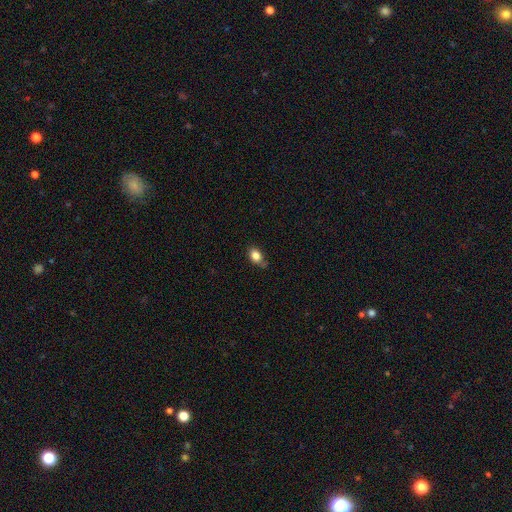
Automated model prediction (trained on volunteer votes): A smooth galaxy with no disk features (83%) that is in between round and cigar-shaped (77%).

Vote fractions:
- Smooth or featured? smooth: 83% / star or artifact: 9% / featured or disk: 8%
- How rounded? in between: 77% / round: 21% / cigar-shaped: 2%
- Merging? none: 61% / minor disturbance: 28% / major disturbance: 7% / merger: 4%